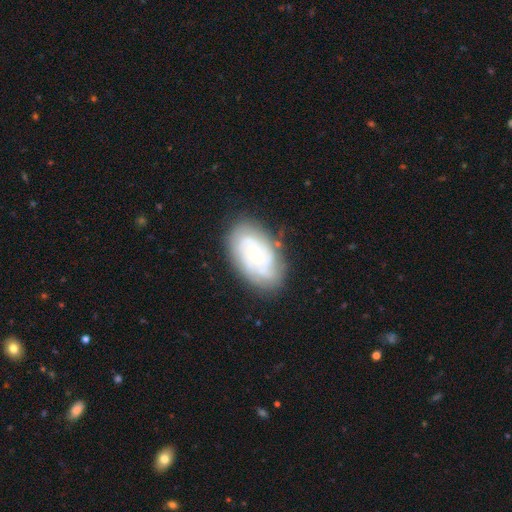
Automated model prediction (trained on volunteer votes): This appears to be a featured or disk galaxy (71%) with no bar (80%), tight (71%) spiral arms (86%) and a small central bulge (66%). Merging: none (76%).